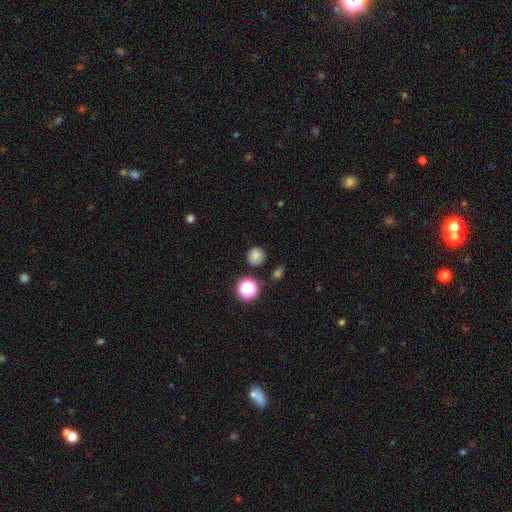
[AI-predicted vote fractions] Smooth or featured? smooth (79%)
How rounded? round (91%)
Merging? none (83%)